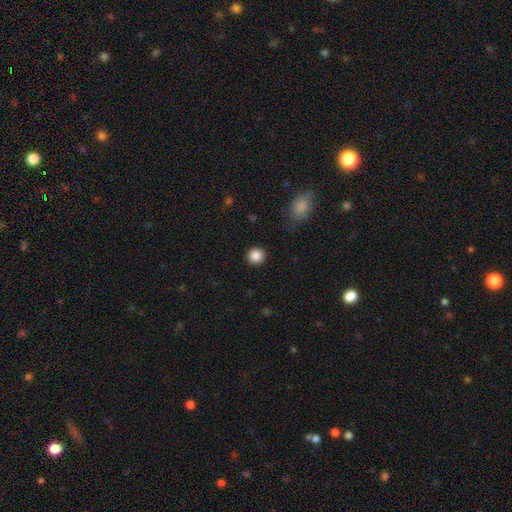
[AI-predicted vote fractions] Smooth or featured? smooth (87%)
How rounded? round (94%)
Merging? none (91%)